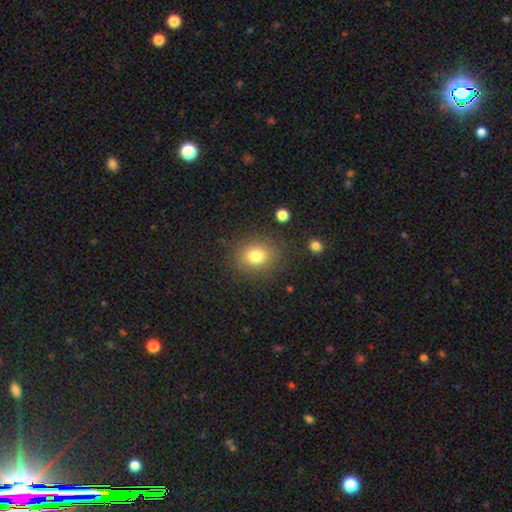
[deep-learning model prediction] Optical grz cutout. It shows a smooth galaxy with no disk features (79%) that is round (66%). Merging: none (83%).